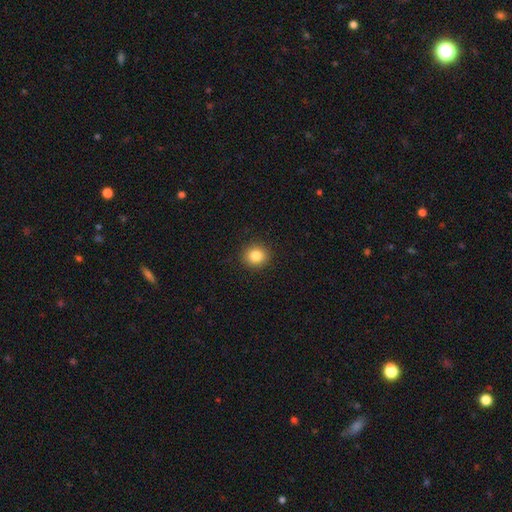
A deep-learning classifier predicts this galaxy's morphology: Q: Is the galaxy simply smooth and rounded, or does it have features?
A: smooth — 84%.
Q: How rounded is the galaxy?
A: round — 86%.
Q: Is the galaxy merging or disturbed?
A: none — 91%.